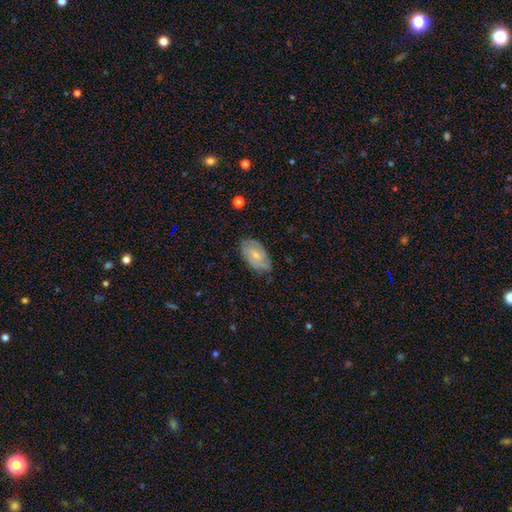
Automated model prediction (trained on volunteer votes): Q: Smooth or featured?
A: featured or disk (55%); runner-up: smooth (38%)
Q: Edge-on disk?
A: no (94%); runner-up: yes (6%)
Q: Bar?
A: no (62%); runner-up: weak (32%)
Q: Spiral arms?
A: yes (78%); runner-up: no (22%)
Q: Bulge size?
A: small (63%); runner-up: moderate (29%)
Q: Merging?
A: none (68%); runner-up: minor disturbance (25%)